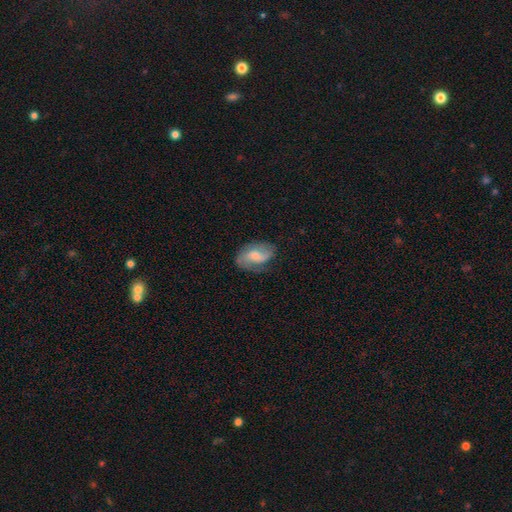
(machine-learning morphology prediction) This appears to be a featured or disk galaxy (56%) with no bar (46%), spiral arms (88%) and a moderate central bulge (44%). Merging: none (63%).